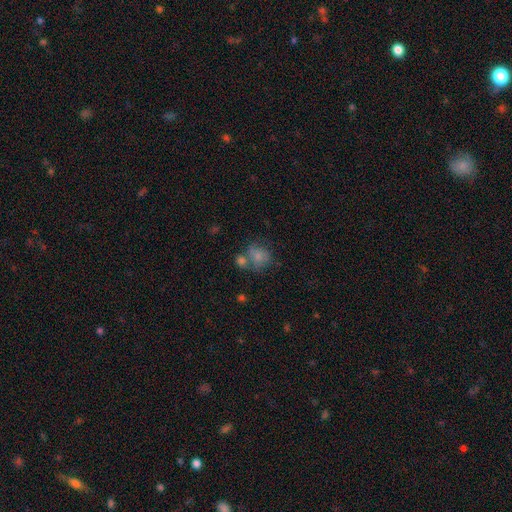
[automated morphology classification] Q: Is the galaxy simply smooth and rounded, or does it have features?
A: smooth — 74%.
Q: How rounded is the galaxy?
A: round — 67%.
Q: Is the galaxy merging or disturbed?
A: none — 41%.